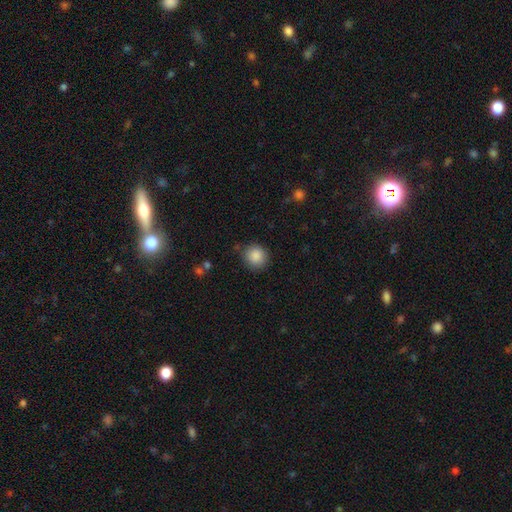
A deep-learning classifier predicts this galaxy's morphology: smooth-or-featured: smooth: 88% | star or artifact: 9% | featured or disk: 4%
  how-rounded: round: 90% | in between: 9% | cigar-shaped: 1%
  merging: none: 85% | minor disturbance: 10% | major disturbance: 3% | merger: 2%